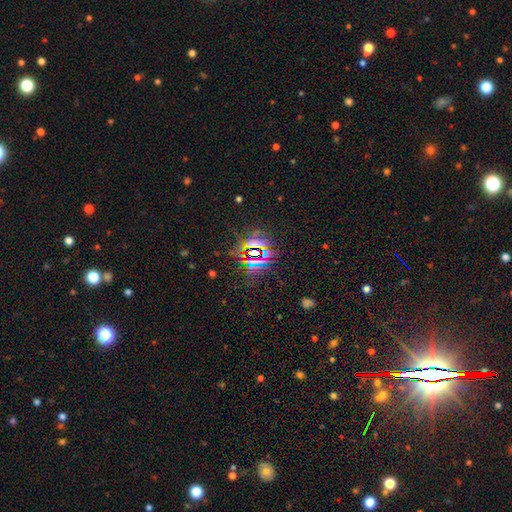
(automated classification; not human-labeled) smooth_or_featured: star or artifact (p=0.80) [alt: smooth p=0.11]